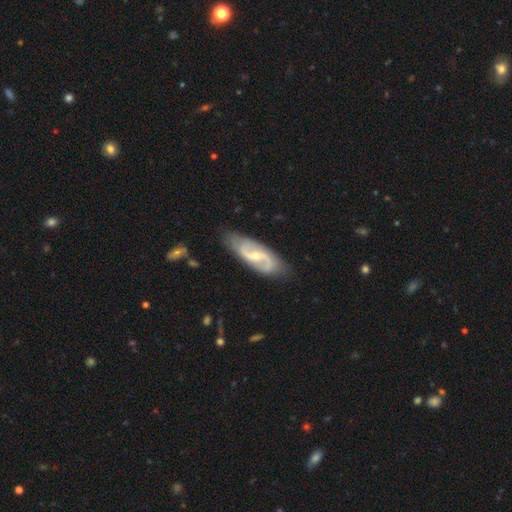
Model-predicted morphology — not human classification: Smooth or featured? featured or disk (85%)
Edge-on disk? no (93%)
Bar? weak (49%)
Spiral arms? yes (95%)
Spiral winding? medium (44%)
Spiral arm count? 2 (91%)
Bulge size? small (60%)
Merging? none (80%)